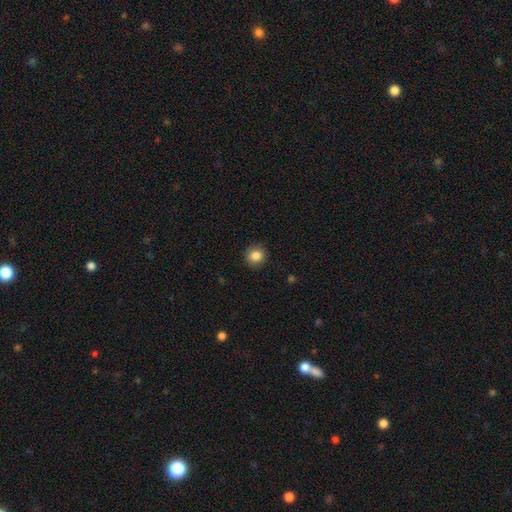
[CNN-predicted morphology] smooth-or-featured: smooth: 85% | star or artifact: 10% | featured or disk: 5%
  how-rounded: round: 89% | in between: 10% | cigar-shaped: 1%
  merging: none: 90% | minor disturbance: 7% | major disturbance: 2% | merger: 1%